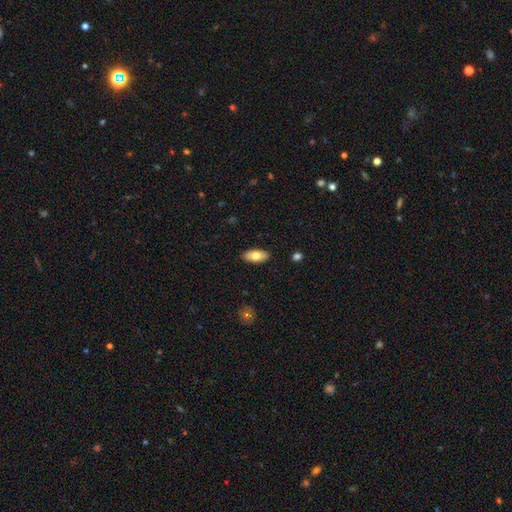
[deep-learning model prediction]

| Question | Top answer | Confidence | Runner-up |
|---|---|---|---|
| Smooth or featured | smooth | 71% | featured or disk (23%) |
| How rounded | in between | 89% | cigar-shaped (8%) |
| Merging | none | 89% | minor disturbance (8%) |